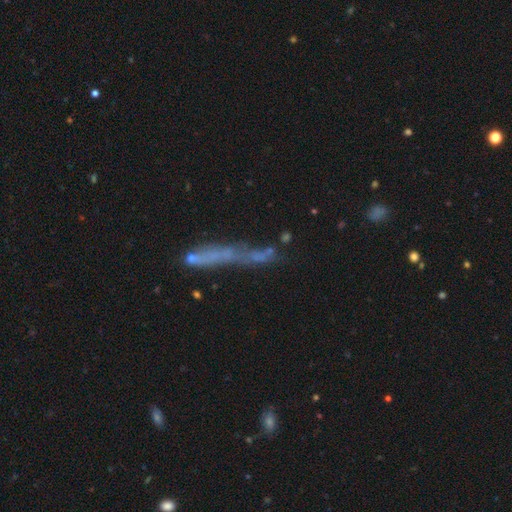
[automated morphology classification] Q: Smooth or featured?
A: featured or disk (42%); runner-up: smooth (38%)
Q: Merging?
A: none (49%); runner-up: major disturbance (18%)